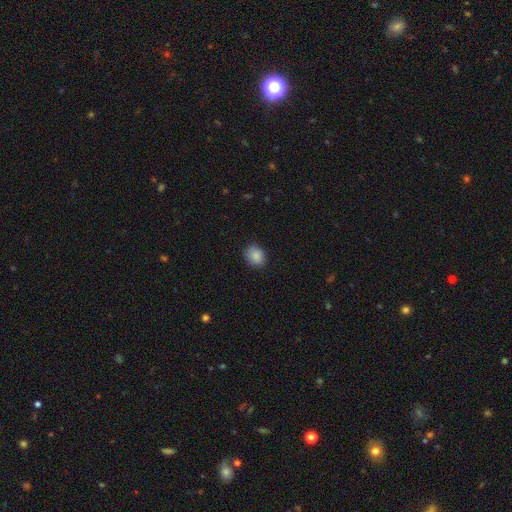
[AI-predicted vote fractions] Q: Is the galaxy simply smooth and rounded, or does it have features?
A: smooth — 88%.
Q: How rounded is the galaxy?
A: round — 56%.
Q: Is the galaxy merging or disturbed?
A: none — 85%.